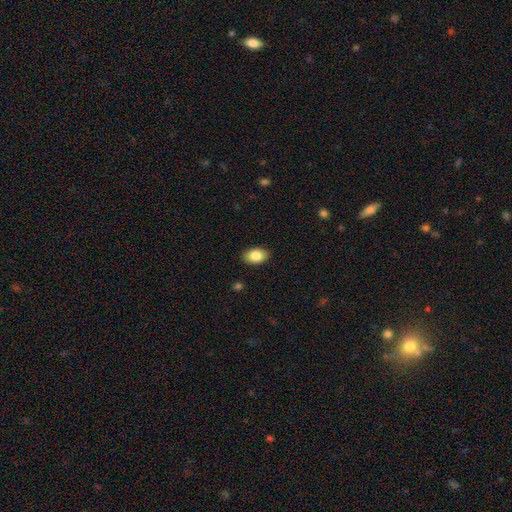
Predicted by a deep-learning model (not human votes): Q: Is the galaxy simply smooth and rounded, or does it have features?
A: smooth — 83%.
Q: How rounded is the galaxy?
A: in between — 90%.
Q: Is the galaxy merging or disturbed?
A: none — 88%.